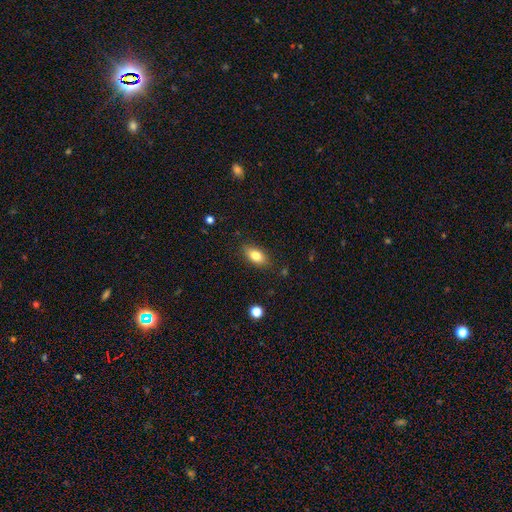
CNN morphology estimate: Smooth or featured?
  - smooth: 80% *
  - featured or disk: 12%
  - star or artifact: 8%
How rounded?
  - in between: 88% *
  - cigar-shaped: 6%
  - round: 6%
Merging?
  - none: 85% *
  - minor disturbance: 11%
  - major disturbance: 3%
  - merger: 1%